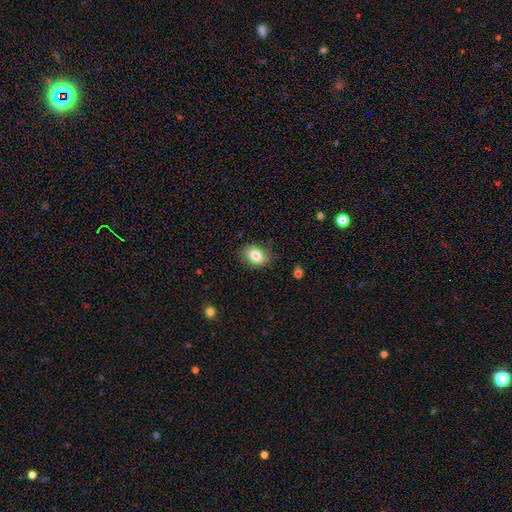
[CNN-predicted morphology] Smooth or featured?
  - smooth: 81% *
  - featured or disk: 10%
  - star or artifact: 9%
How rounded?
  - in between: 71% *
  - round: 27%
  - cigar-shaped: 1%
Merging?
  - none: 79% *
  - minor disturbance: 16%
  - major disturbance: 4%
  - merger: 1%